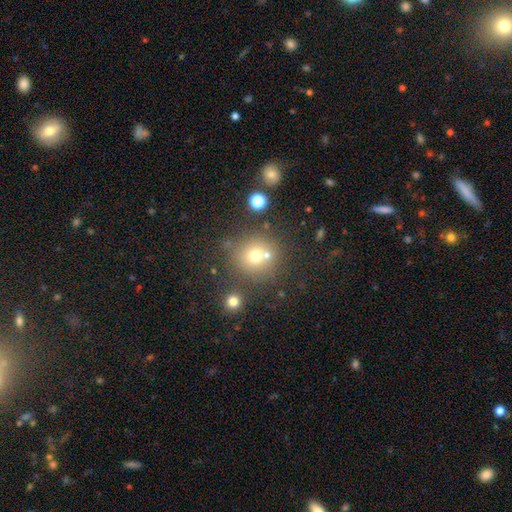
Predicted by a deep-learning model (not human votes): Smooth or featured? Predicted: smooth (p=0.69). How rounded? Predicted: round (p=0.90). Merging? Predicted: none (p=0.66).